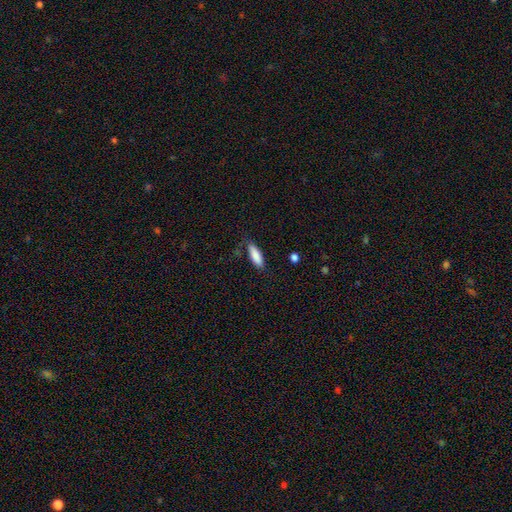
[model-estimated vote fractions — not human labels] This appears to be a smooth galaxy with no disk features (86%) that is in between round and cigar-shaped (55%). Merging: none (73%).